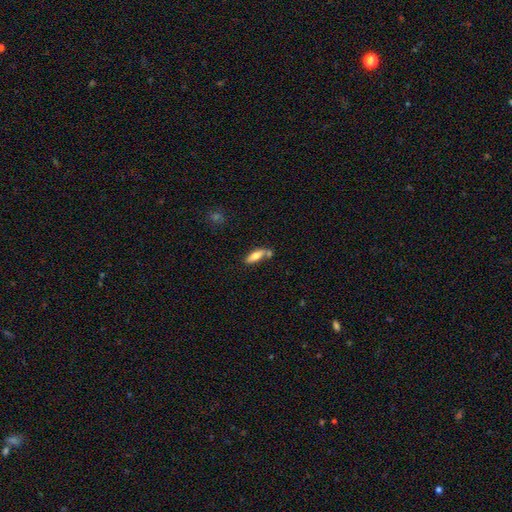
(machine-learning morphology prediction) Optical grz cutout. It shows a smooth galaxy with no disk features (68%) that is in between round and cigar-shaped (57%). Merging: none (61%).